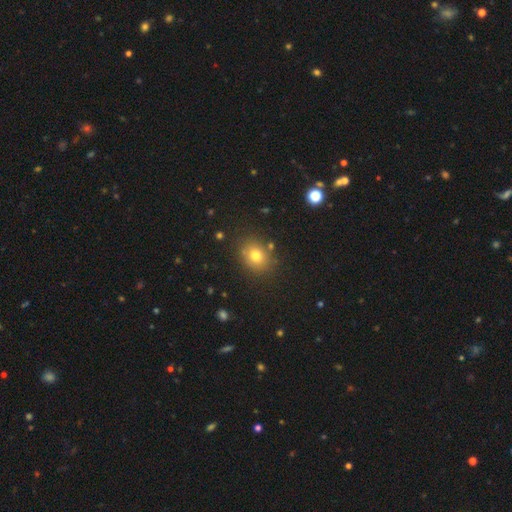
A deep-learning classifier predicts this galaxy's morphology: Overall: smooth (76%). How rounded: round (58%; in between 41%). Merging: none (83%).